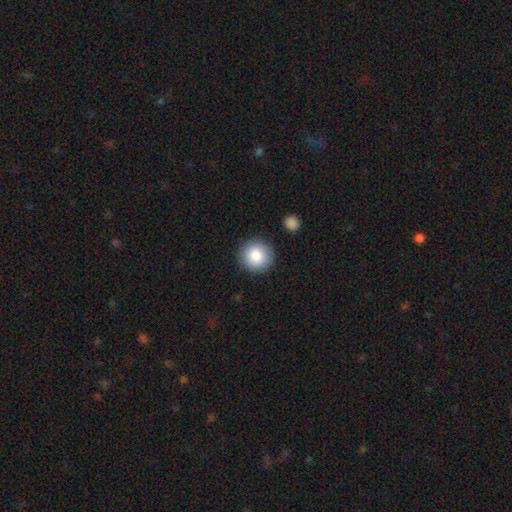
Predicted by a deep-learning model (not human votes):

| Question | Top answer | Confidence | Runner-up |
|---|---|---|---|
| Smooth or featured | smooth | 86% | star or artifact (8%) |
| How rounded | round | 95% | in between (4%) |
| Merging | none | 90% | minor disturbance (6%) |